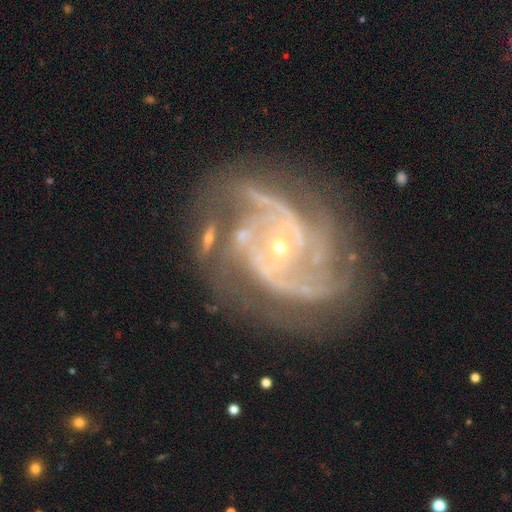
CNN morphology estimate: Smooth or featured?
  - featured or disk: 91% *
  - star or artifact: 6%
  - smooth: 3%
Edge-on disk?
  - no: 98% *
  - yes: 2%
Bar?
  - no: 59% *
  - weak: 28%
  - strong: 13%
Spiral arms?
  - yes: 98% *
  - no: 2%
Spiral winding?
  - medium: 49% *
  - tight: 40%
  - loose: 11%
Spiral arm count?
  - 2: 39% *
  - 3: 25%
  - can't tell: 12%
  - 4: 10%
  - more than 4: 7%
  - 1: 7%
Bulge size?
  - small: 80% *
  - moderate: 17%
  - none: 1%
  - large: 1%
  - dominant: 1%
Merging?
  - none: 66% *
  - minor disturbance: 18%
  - major disturbance: 12%
  - merger: 3%